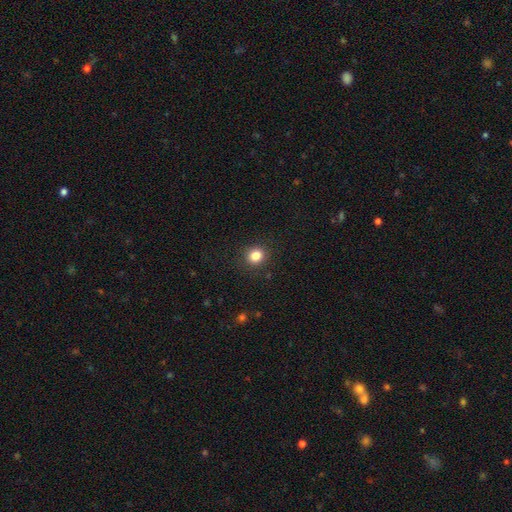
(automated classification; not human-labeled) Smooth or featured?
  - smooth: 84% *
  - star or artifact: 11%
  - featured or disk: 5%
How rounded?
  - round: 78% *
  - in between: 21%
  - cigar-shaped: 1%
Merging?
  - none: 90% *
  - minor disturbance: 7%
  - major disturbance: 2%
  - merger: 1%